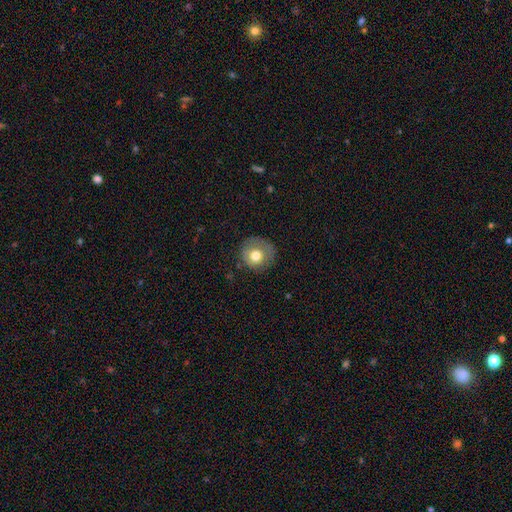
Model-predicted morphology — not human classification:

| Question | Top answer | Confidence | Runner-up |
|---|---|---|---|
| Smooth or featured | smooth | 72% | featured or disk (19%) |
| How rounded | round | 91% | in between (8%) |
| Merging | none | 76% | minor disturbance (17%) |